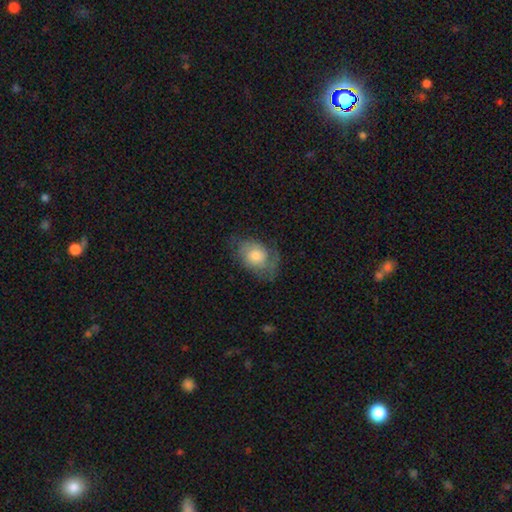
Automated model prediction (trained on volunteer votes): Smooth or featured: smooth — 53% (featured or disk — 39%)
How rounded: in between — 71% (round — 28%)
Merging: none — 54% (minor disturbance — 28%)